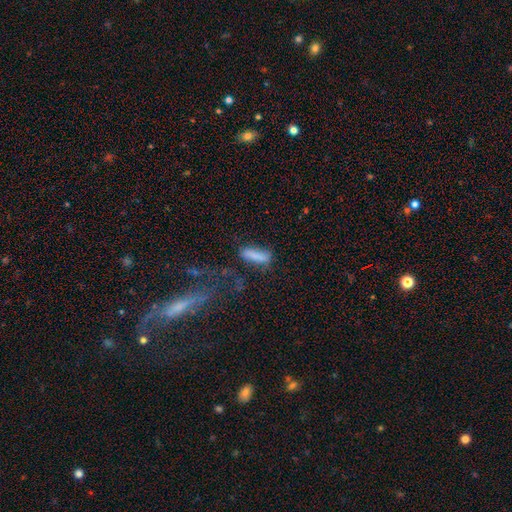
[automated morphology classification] A smooth galaxy with no disk features (79%) that is cigar-shaped (60%). Merging: none (64%).